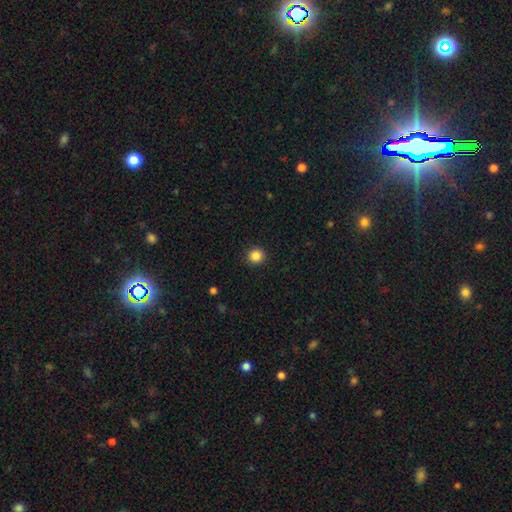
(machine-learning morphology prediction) smooth-or-featured: smooth: 86% | star or artifact: 10% | featured or disk: 3%
  how-rounded: round: 90% | in between: 9% | cigar-shaped: 1%
  merging: none: 92% | minor disturbance: 5% | major disturbance: 2% | merger: 1%